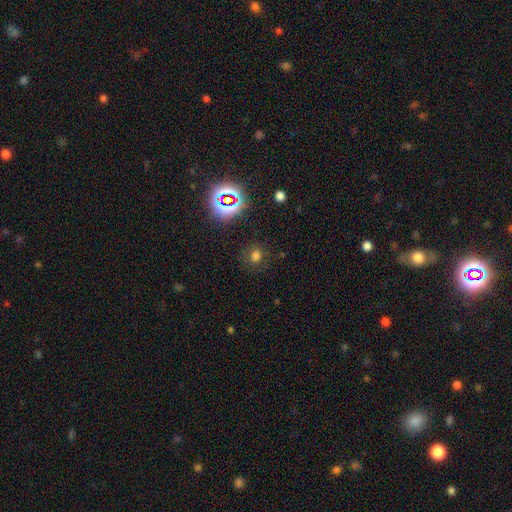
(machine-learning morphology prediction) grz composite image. It shows a smooth galaxy with no disk features (62%) that is round (68%). Merging: none (78%).